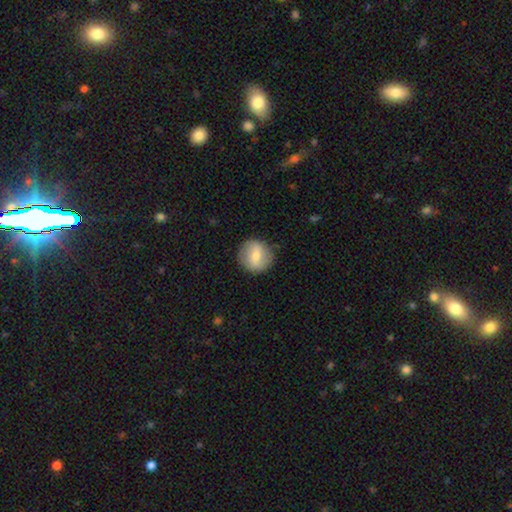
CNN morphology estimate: This appears to be a smooth galaxy with no disk features (63%) that is round (91%). Merging: none (86%).